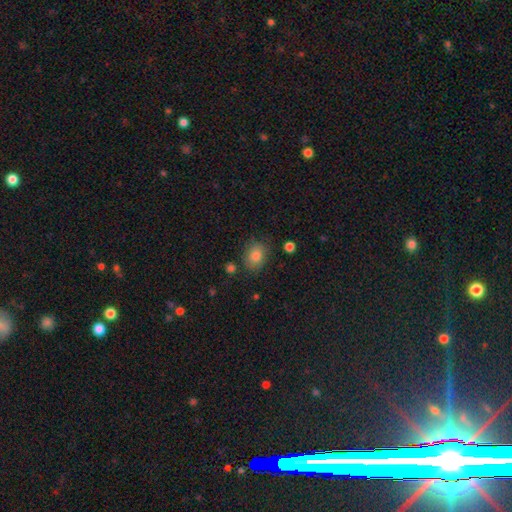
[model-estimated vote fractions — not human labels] Smooth or featured?
  - smooth: 82% *
  - star or artifact: 10%
  - featured or disk: 7%
How rounded?
  - in between: 56% *
  - round: 42%
  - cigar-shaped: 1%
Merging?
  - none: 79% *
  - minor disturbance: 14%
  - major disturbance: 4%
  - merger: 3%